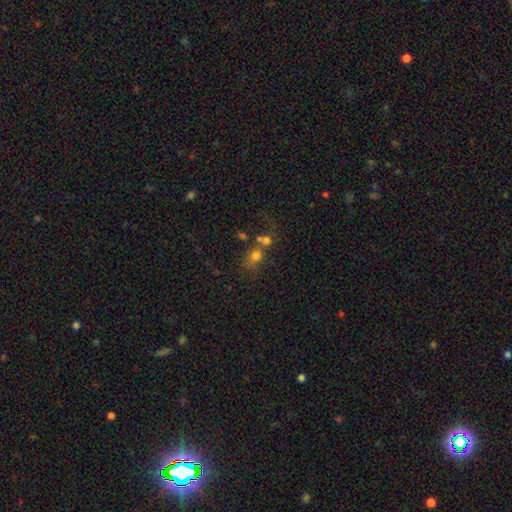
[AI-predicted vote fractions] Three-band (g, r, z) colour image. It shows a smooth galaxy with no disk features (69%) that is round (67%). Merging: merger (49%).